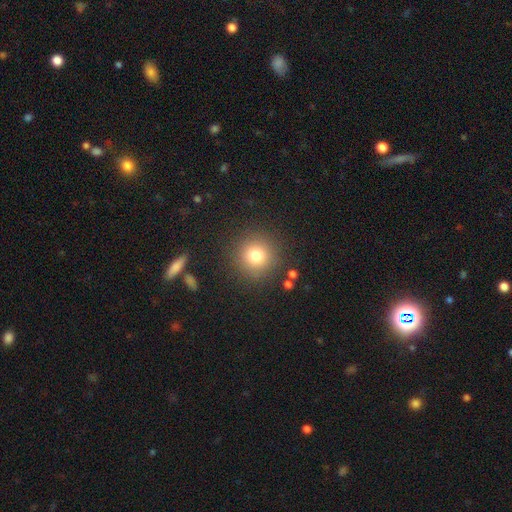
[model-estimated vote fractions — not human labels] Smooth or featured? smooth (78%)
How rounded? round (94%)
Merging? none (88%)